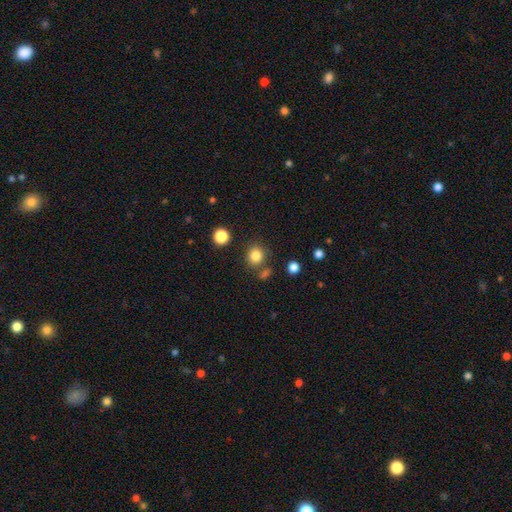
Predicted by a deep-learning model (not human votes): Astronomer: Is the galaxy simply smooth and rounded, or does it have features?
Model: smooth — 83%.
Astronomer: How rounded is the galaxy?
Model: round — 84%.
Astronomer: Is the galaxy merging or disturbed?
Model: none — 78%.